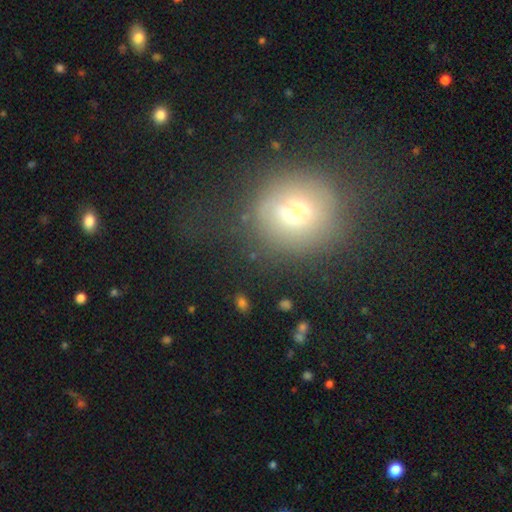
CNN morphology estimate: smooth-or-featured: smooth: 53% | featured or disk: 27% | star or artifact: 20%
  how-rounded: round: 79% | in between: 19% | cigar-shaped: 2%
  merging: none: 68% | minor disturbance: 18% | major disturbance: 12% | merger: 3%